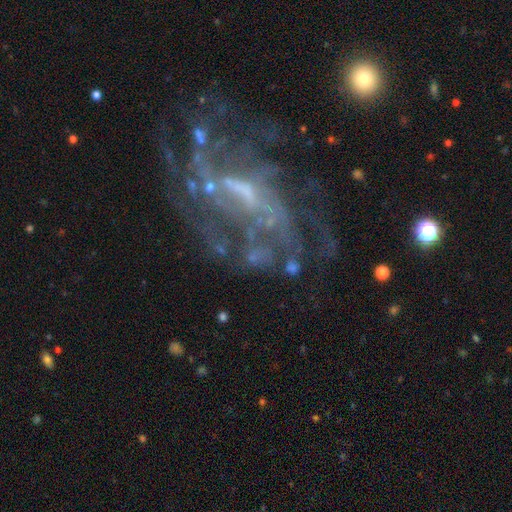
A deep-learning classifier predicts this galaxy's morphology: smooth_or_featured: featured or disk (p=0.74) [alt: star or artifact p=0.16]
disk_edge_on: no (p=0.95) [alt: yes p=0.05]
bar: no (p=0.35) [tied with: weak p=0.35]
has_spiral_arms: yes (p=0.67) [alt: no p=0.33]
bulge_size: none (p=0.37) [tied with: small p=0.37]
merging: none (p=0.45) [alt: major disturbance p=0.31]